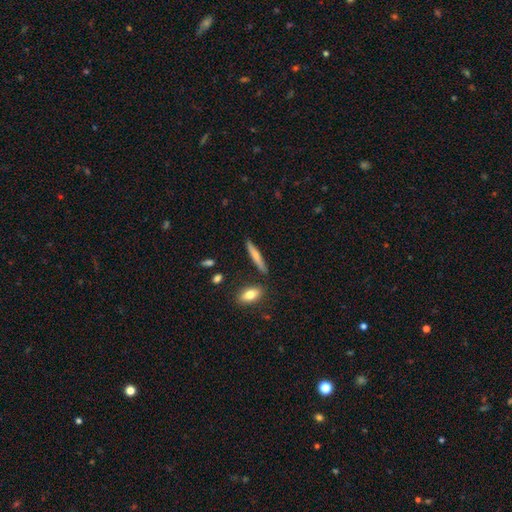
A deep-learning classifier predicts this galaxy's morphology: smooth-or-featured: smooth: 62% | featured or disk: 31% | star or artifact: 7%
  how-rounded: cigar-shaped: 89% | in between: 9% | round: 2%
  merging: none: 84% | minor disturbance: 10% | merger: 4% | major disturbance: 2%